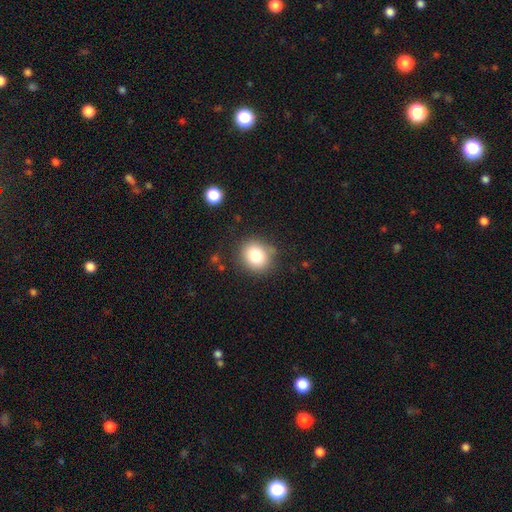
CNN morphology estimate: Smooth or featured?
  - smooth: 80% *
  - star or artifact: 11%
  - featured or disk: 9%
How rounded?
  - round: 74% *
  - in between: 25%
  - cigar-shaped: 1%
Merging?
  - none: 81% *
  - minor disturbance: 13%
  - major disturbance: 4%
  - merger: 2%